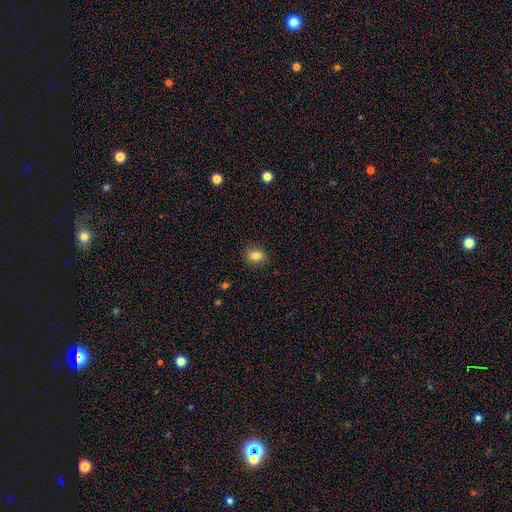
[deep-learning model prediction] Smooth or featured? smooth (82%)
How rounded? round (65%)
Merging? none (88%)